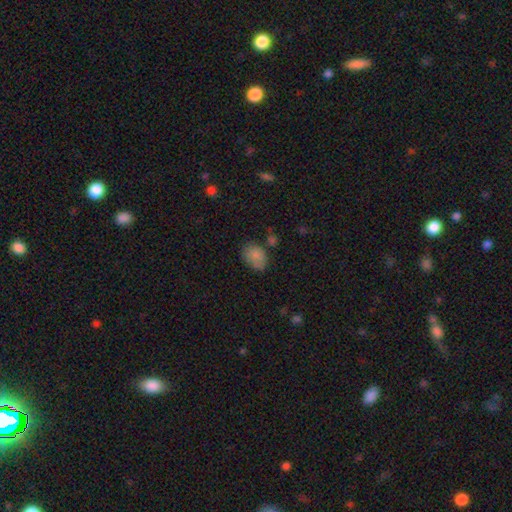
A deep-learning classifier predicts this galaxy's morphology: smooth-or-featured: smooth: 84% | star or artifact: 9% | featured or disk: 7%
  how-rounded: in between: 77% | round: 22% | cigar-shaped: 1%
  merging: none: 60% | minor disturbance: 25% | merger: 7% | major disturbance: 7%